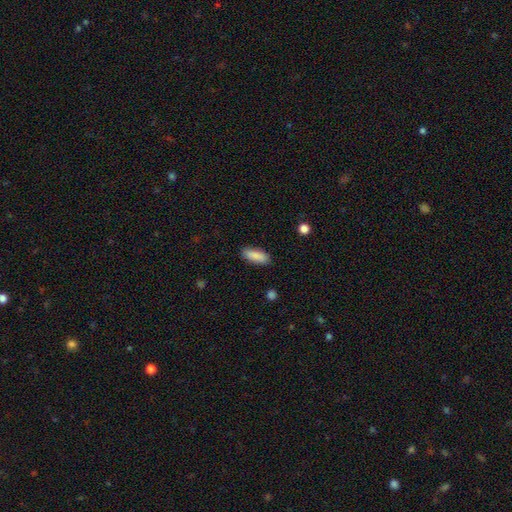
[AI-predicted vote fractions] This appears to be a smooth galaxy with no disk features (89%) that is in between round and cigar-shaped (69%). Merging: none (88%).